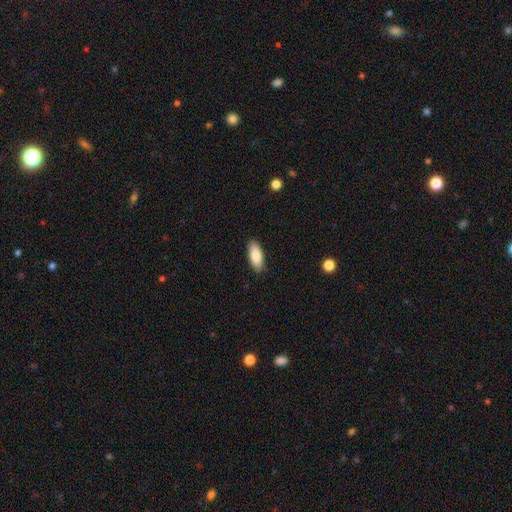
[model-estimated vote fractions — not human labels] This is clearly a smooth galaxy (85%). How rounded: likely in between (79%). Merging: clearly none (88%).